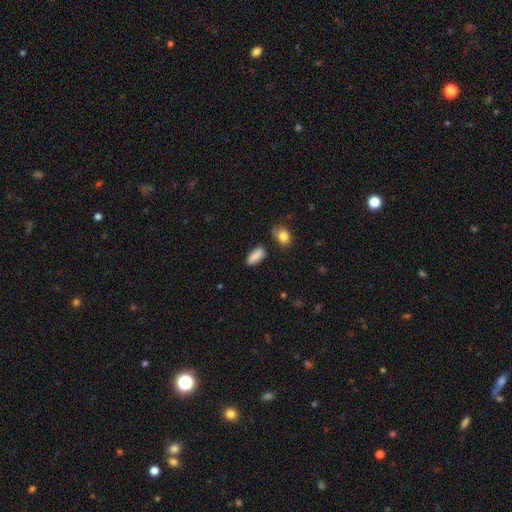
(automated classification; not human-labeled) This appears to be a smooth galaxy with no disk features (86%) that is in between round and cigar-shaped (77%). Merging: none (76%).